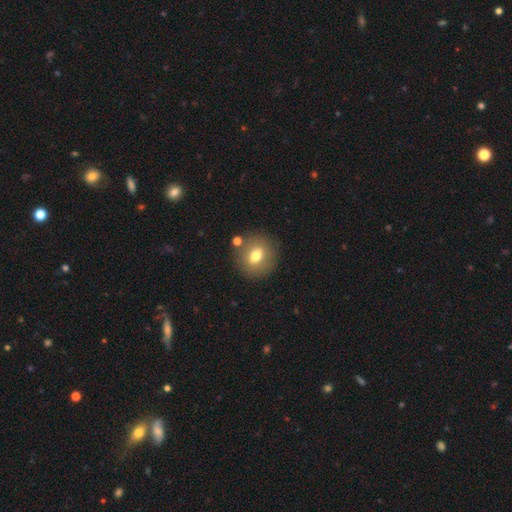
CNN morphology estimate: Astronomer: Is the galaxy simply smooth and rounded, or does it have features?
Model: smooth — 69%.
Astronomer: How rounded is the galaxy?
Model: round — 70%.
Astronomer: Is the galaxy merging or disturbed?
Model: none — 81%.